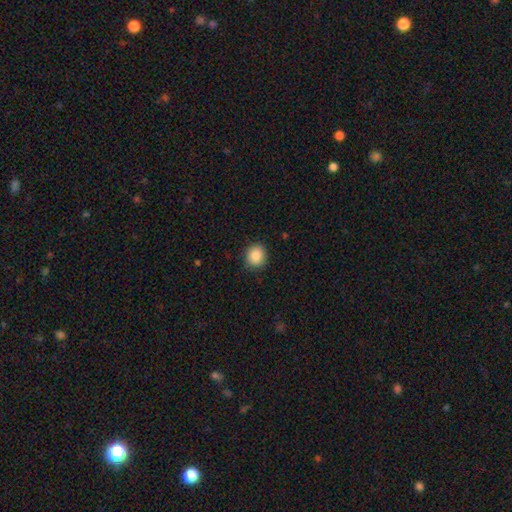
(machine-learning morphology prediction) A smooth galaxy with no disk features (88%) that is round (81%). Merging: none (87%).